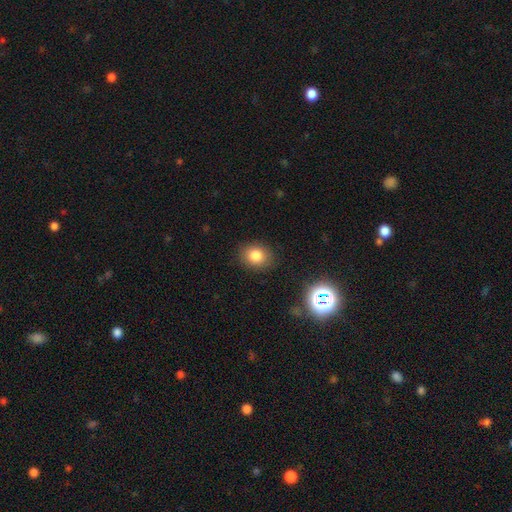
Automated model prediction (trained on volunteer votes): Smooth or featured: smooth — 81% (star or artifact — 12%)
How rounded: round — 61% (in between — 38%)
Merging: none — 87% (minor disturbance — 9%)